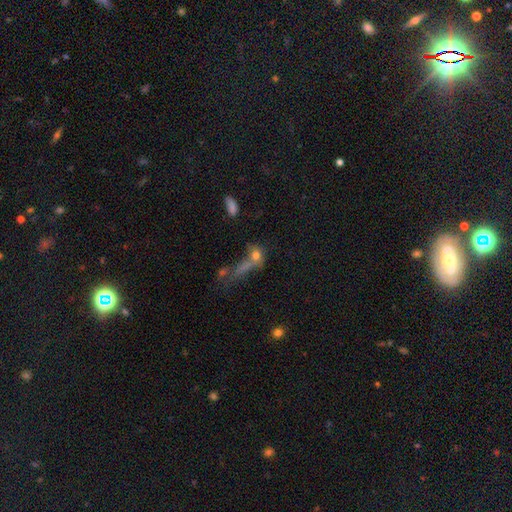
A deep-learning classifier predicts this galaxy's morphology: Smooth or featured? Predicted: smooth (p=0.64). How rounded? Predicted: round (p=0.52). Merging? Predicted: merger (p=0.35).